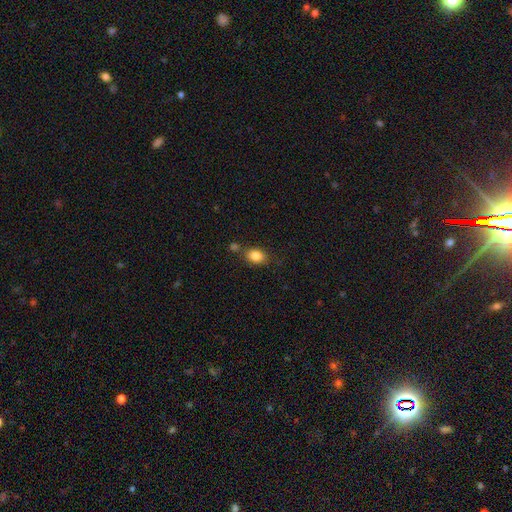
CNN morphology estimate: smooth 84%, star or artifact 9%, featured or disk 7%. Down the decision tree: how rounded — in between (69%); merging — none (68%).